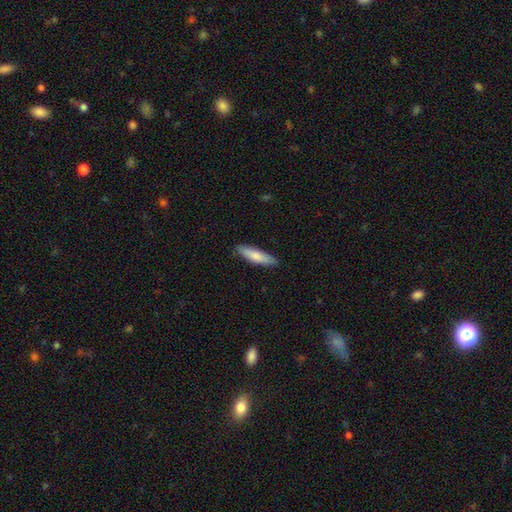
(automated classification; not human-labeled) This appears to be a smooth galaxy with no disk features (76%) that is cigar-shaped (72%). Merging: none (87%).